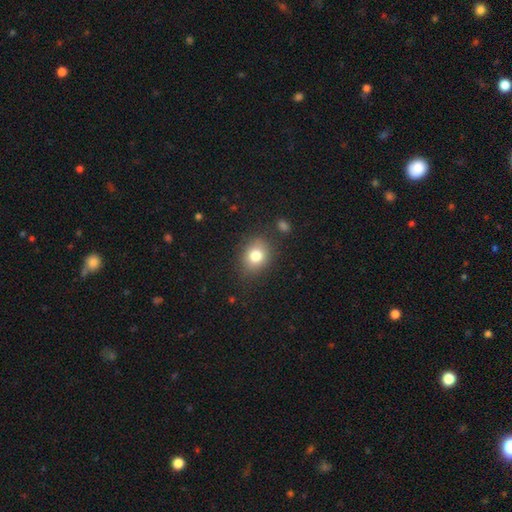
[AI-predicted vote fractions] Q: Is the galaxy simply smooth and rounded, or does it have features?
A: smooth — 79%.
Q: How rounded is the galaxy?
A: round — 57%.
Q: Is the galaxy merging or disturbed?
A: none — 81%.